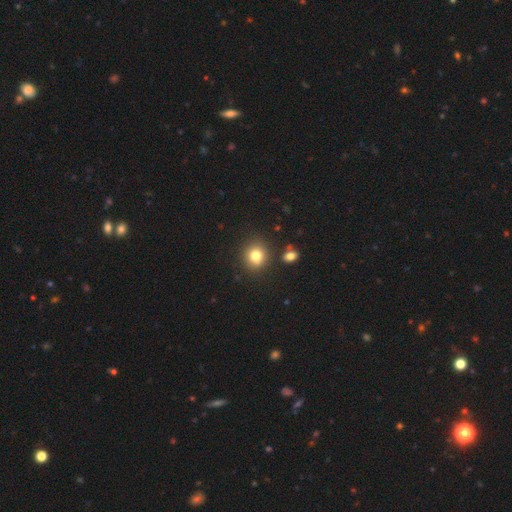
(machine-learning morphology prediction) Smooth or featured: smooth — 79% (star or artifact — 13%)
How rounded: round — 80% (in between — 19%)
Merging: none — 82% (minor disturbance — 9%)